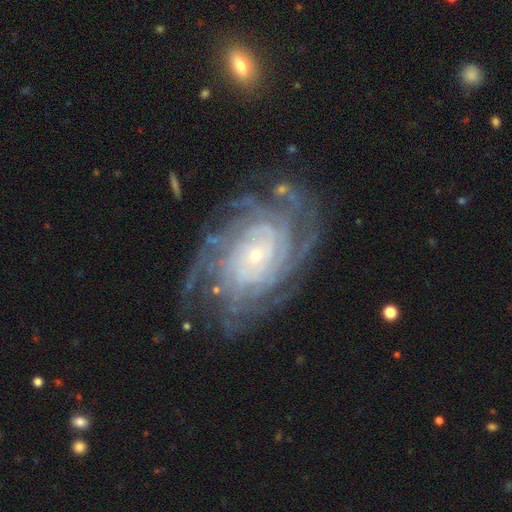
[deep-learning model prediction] smooth-or-featured: featured or disk: 89% | star or artifact: 6% | smooth: 5%
  disk-edge-on: no: 97% | yes: 3%
    bar: no: 75% | weak: 18% | strong: 7%
    has-spiral-arms: yes: 97% | no: 3%
      spiral-winding: tight: 78% | medium: 18% | loose: 4%
      spiral-arm-count: more than 4: 32% | can't tell: 22% | 4: 21% | 3: 10% | 2: 8% | 1: 7%
    bulge-size: small: 82% | moderate: 13% | large: 2% | none: 1% | dominant: 1%
  merging: none: 75% | minor disturbance: 16% | major disturbance: 8% | merger: 2%